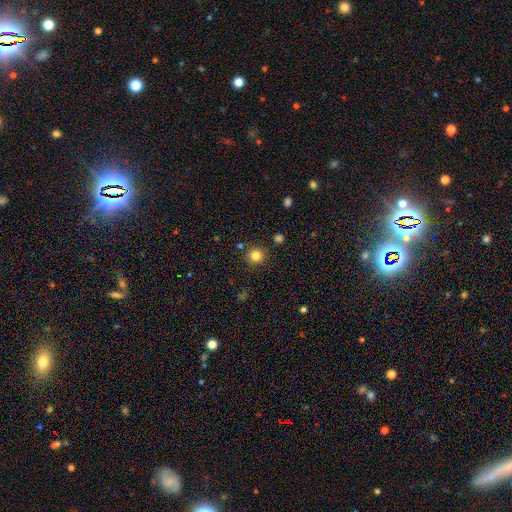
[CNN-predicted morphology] Overall: smooth (82%). How rounded: round (93%). Merging: none (87%).